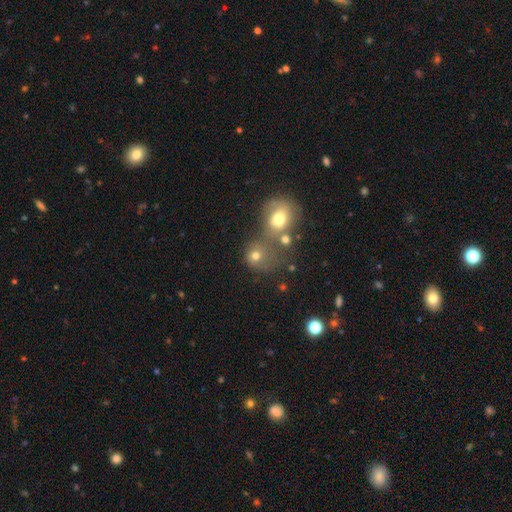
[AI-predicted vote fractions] Q: Smooth or featured?
A: smooth (72%); runner-up: star or artifact (15%)
Q: How rounded?
A: round (75%); runner-up: in between (24%)
Q: Merging?
A: merger (47%); runner-up: none (33%)